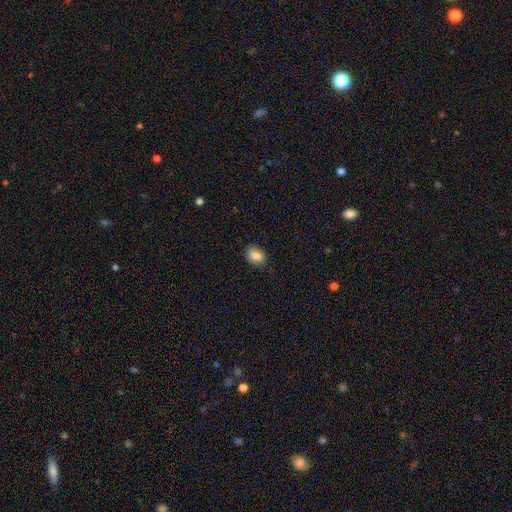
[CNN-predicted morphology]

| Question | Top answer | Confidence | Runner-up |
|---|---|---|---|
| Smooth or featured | smooth | 85% | star or artifact (8%) |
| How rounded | in between | 76% | round (22%) |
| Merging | none | 81% | minor disturbance (15%) |